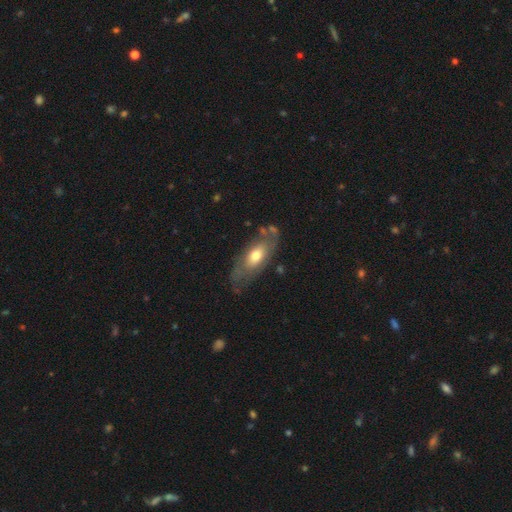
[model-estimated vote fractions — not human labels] Smooth or featured? Predicted: featured or disk (p=0.50). Merging? Predicted: none (p=0.61).